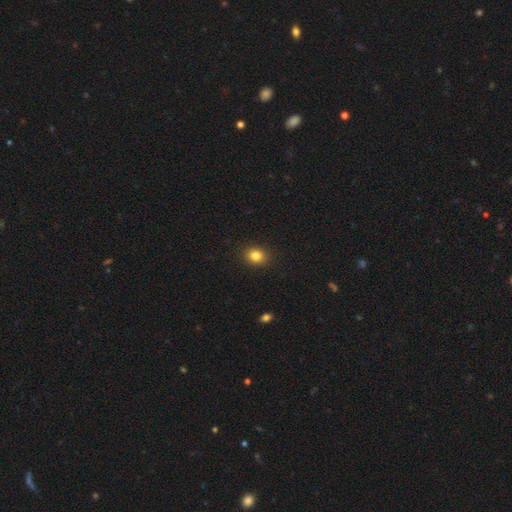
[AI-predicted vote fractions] Smooth or featured: smooth — 82% (star or artifact — 11%)
How rounded: round — 59% (in between — 40%)
Merging: none — 90% (minor disturbance — 7%)